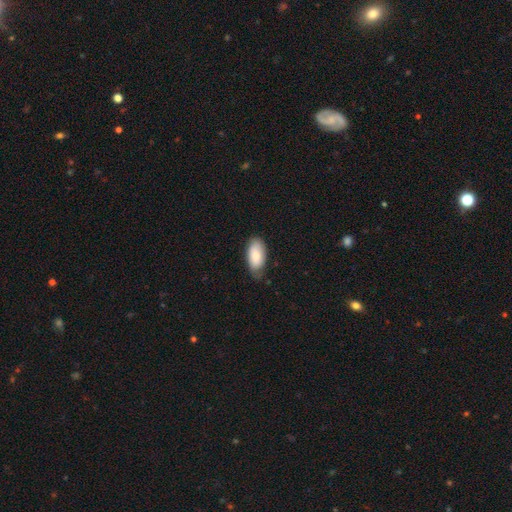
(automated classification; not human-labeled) This appears to be a smooth galaxy with no disk features (78%) that is in between round and cigar-shaped (93%). Merging: none (65%).